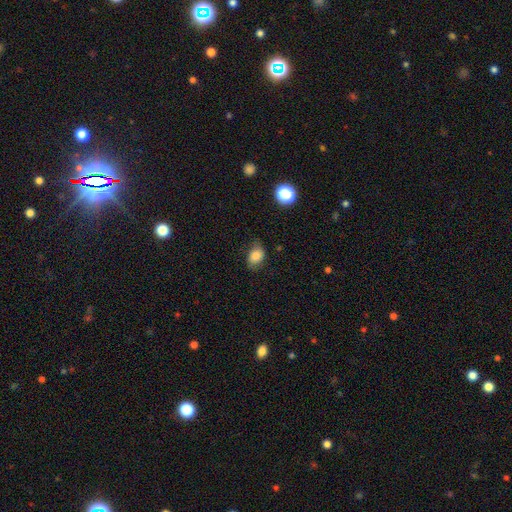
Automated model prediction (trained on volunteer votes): smooth 80%, star or artifact 10%, featured or disk 10%. Down the decision tree: how rounded — in between (72%); merging — none (63%).